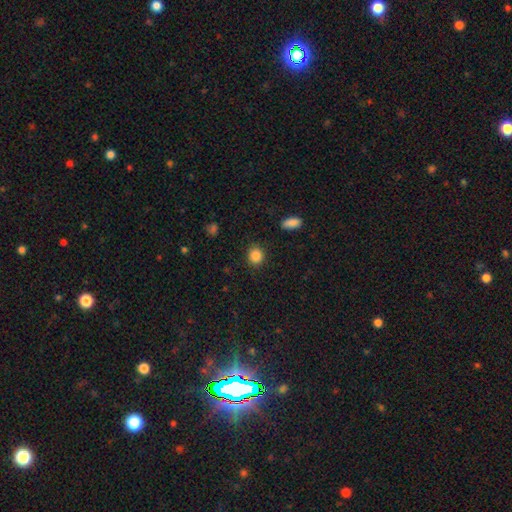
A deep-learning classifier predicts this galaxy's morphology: A smooth galaxy with no disk features (86%) that is round (82%). Merging: none (89%).